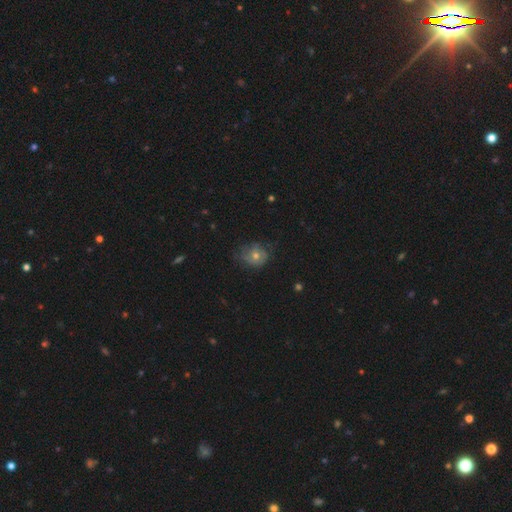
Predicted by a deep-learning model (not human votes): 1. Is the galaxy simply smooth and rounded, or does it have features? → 44% smooth, 42% featured or disk, 14% star or artifact.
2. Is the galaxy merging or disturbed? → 61% none, 26% minor disturbance, 12% major disturbance, 1% merger.